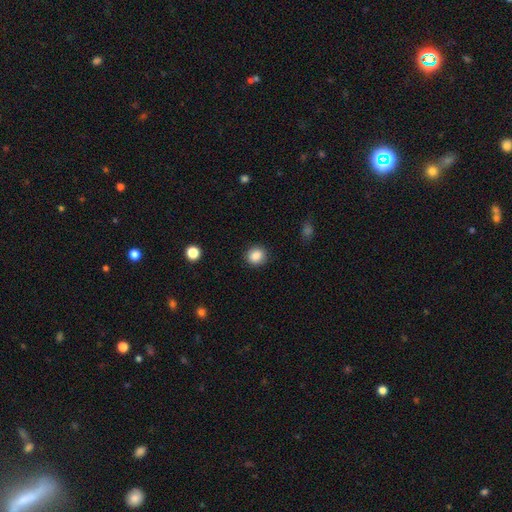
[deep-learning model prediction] smooth_or_featured: smooth (p=0.87) [alt: star or artifact p=0.09]
how_rounded: round (p=0.84) [alt: in between p=0.15]
merging: none (p=0.90) [alt: minor disturbance p=0.07]